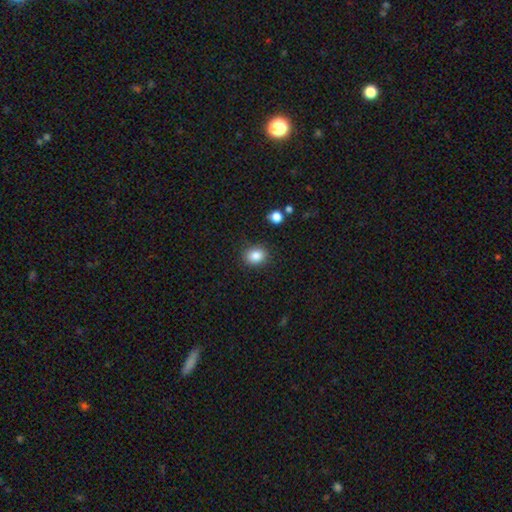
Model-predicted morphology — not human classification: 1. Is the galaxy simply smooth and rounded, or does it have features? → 85% smooth, 10% star or artifact, 5% featured or disk.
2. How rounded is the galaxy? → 56% round, 43% in between, 1% cigar-shaped.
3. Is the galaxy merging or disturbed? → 87% none, 8% minor disturbance, 3% major disturbance, 2% merger.